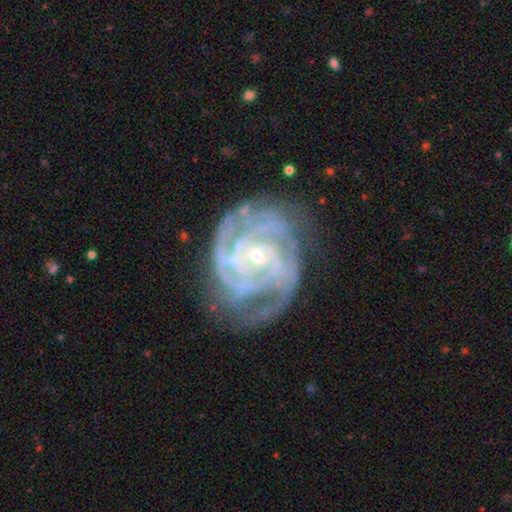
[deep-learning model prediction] smooth_or_featured: featured or disk (p=0.90) [alt: star or artifact p=0.05]
disk_edge_on: no (p=0.98) [alt: yes p=0.02]
bar: no (p=0.58) [alt: weak p=0.30]
has_spiral_arms: yes (p=0.98) [alt: no p=0.02]
spiral_winding: tight (p=0.72) [alt: medium p=0.25]
spiral_arm_count: 3 (p=0.26) [alt: 4 p=0.25]
bulge_size: small (p=0.79) [alt: moderate p=0.17]
merging: none (p=0.65) [alt: minor disturbance p=0.22]